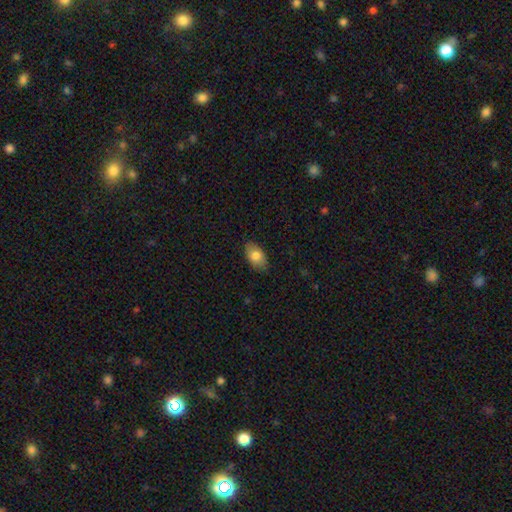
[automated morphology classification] This is likely a smooth galaxy (80%). How rounded: clearly in between (91%). Merging: clearly none (84%).